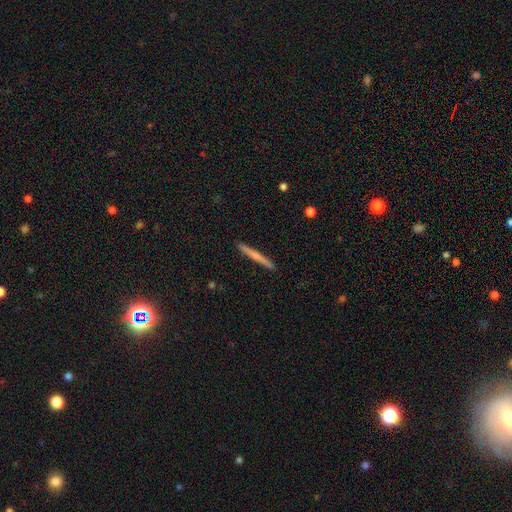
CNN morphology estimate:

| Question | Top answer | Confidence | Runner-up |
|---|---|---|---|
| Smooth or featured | smooth | 49% | featured or disk (45%) |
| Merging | none | 92% | minor disturbance (6%) |